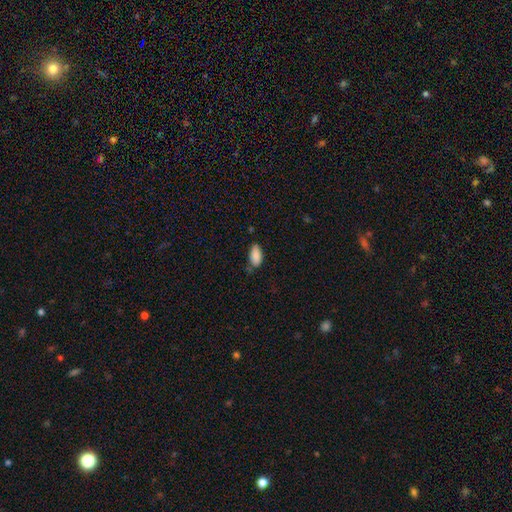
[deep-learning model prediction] smooth-or-featured: smooth: 88% | star or artifact: 7% | featured or disk: 5%
  how-rounded: in between: 92% | cigar-shaped: 6% | round: 2%
  merging: none: 66% | minor disturbance: 26% | major disturbance: 5% | merger: 3%